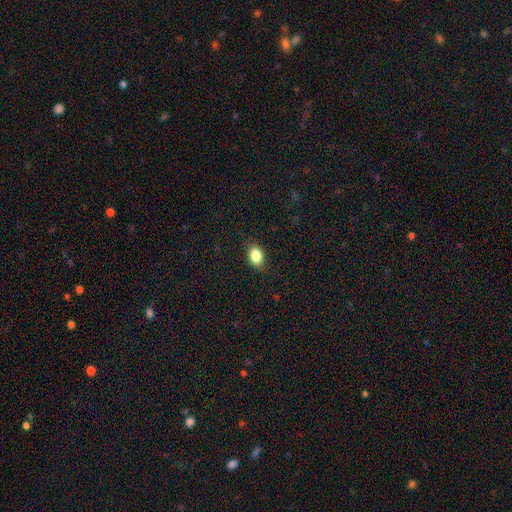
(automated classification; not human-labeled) Morphology: type=smooth (85%); roundness=in between (75%); merging=none (84%).